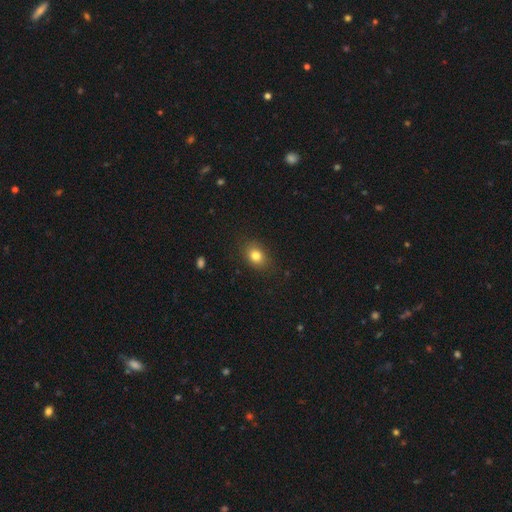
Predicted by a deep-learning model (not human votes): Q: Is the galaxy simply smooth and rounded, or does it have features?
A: smooth — 82%.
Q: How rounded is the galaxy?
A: in between — 61%.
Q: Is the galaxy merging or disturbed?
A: none — 84%.